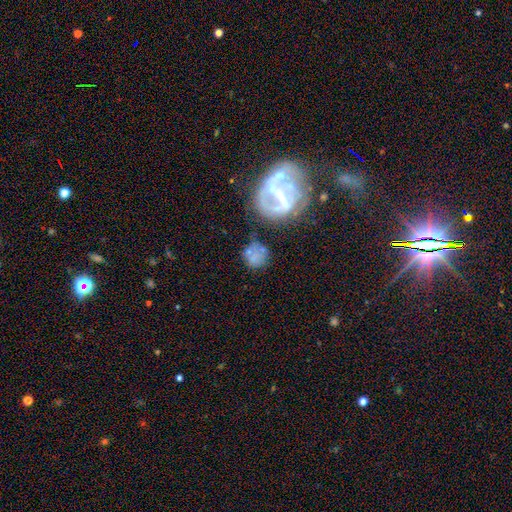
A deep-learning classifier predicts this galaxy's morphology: This appears to be a smooth galaxy with no disk features (55%) that is round (78%). Merging: none (51%).